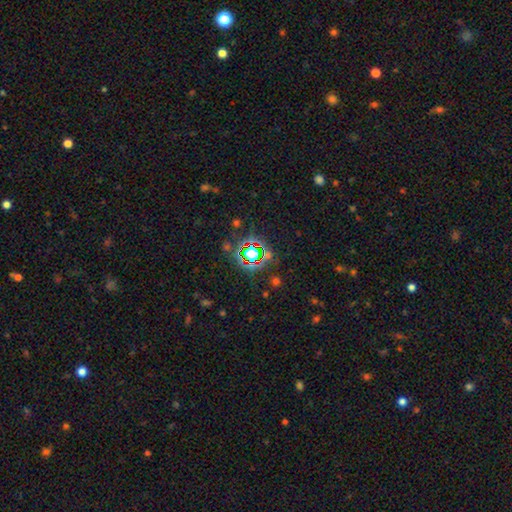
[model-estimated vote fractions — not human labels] Smooth or featured? Predicted: star or artifact (p=0.69).